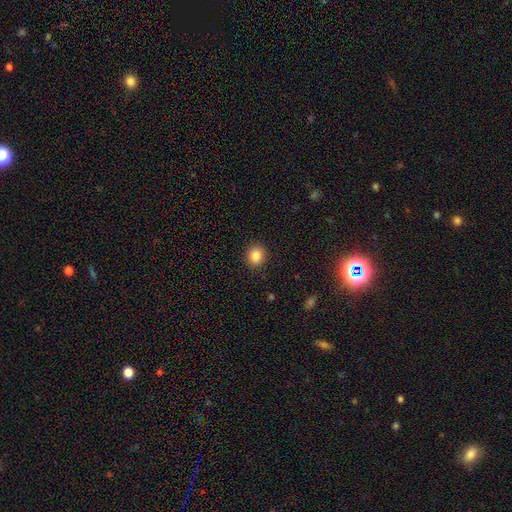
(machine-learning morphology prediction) smooth 85%, star or artifact 10%, featured or disk 4%. Down the decision tree: how rounded — round (74%); merging — none (90%).